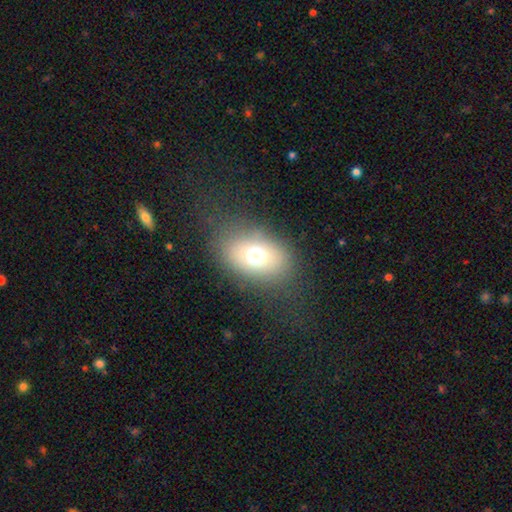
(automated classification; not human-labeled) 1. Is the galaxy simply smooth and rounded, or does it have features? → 68% smooth, 16% featured or disk, 16% star or artifact.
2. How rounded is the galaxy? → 72% in between, 26% round, 1% cigar-shaped.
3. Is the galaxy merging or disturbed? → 75% none, 13% minor disturbance, 10% major disturbance, 1% merger.